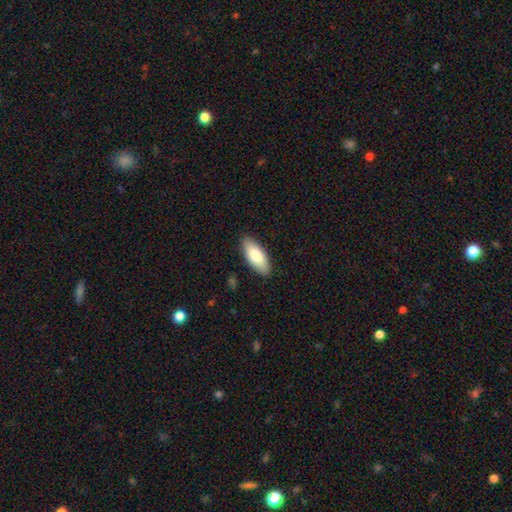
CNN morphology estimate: smooth_or_featured: smooth (p=0.84) [alt: featured or disk p=0.10]
how_rounded: in between (p=0.83) [alt: cigar-shaped p=0.16]
merging: none (p=0.88) [alt: minor disturbance p=0.09]